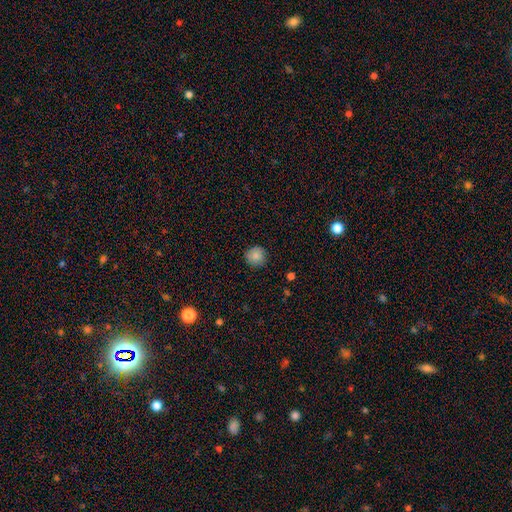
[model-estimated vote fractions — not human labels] smooth_or_featured: smooth (p=0.84) [alt: star or artifact p=0.09]
how_rounded: round (p=0.93) [alt: in between p=0.06]
merging: none (p=0.86) [alt: minor disturbance p=0.11]